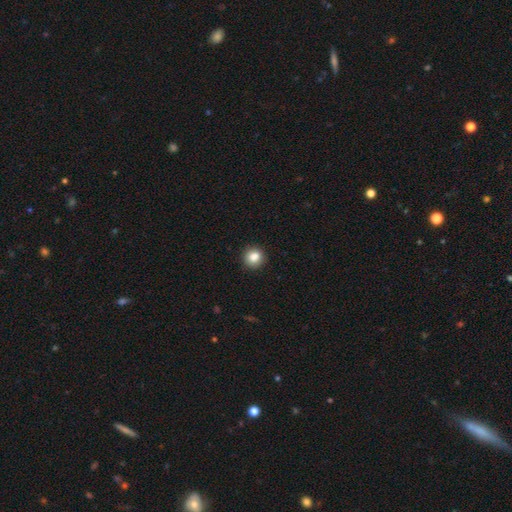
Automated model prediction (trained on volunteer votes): Smooth or featured?
  - smooth: 85% *
  - star or artifact: 10%
  - featured or disk: 5%
How rounded?
  - round: 88% *
  - in between: 11%
  - cigar-shaped: 1%
Merging?
  - none: 90% *
  - minor disturbance: 6%
  - major disturbance: 2%
  - merger: 1%